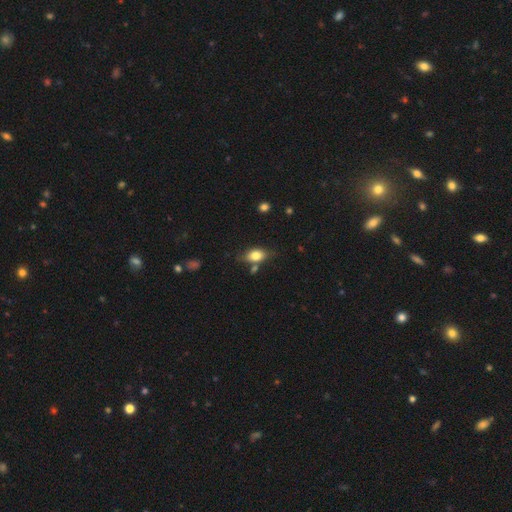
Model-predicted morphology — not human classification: type=smooth (79%); roundness=in between (85%); merging=none (69%).